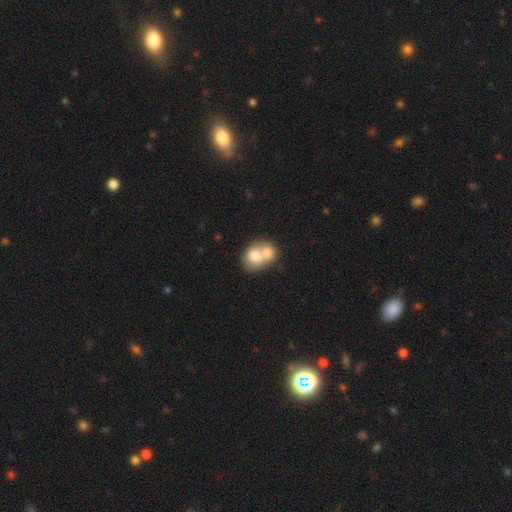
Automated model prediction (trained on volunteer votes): Smooth or featured: smooth — 70% (featured or disk — 22%)
How rounded: in between — 50% (round — 49%)
Merging: merger — 74% (none — 16%)